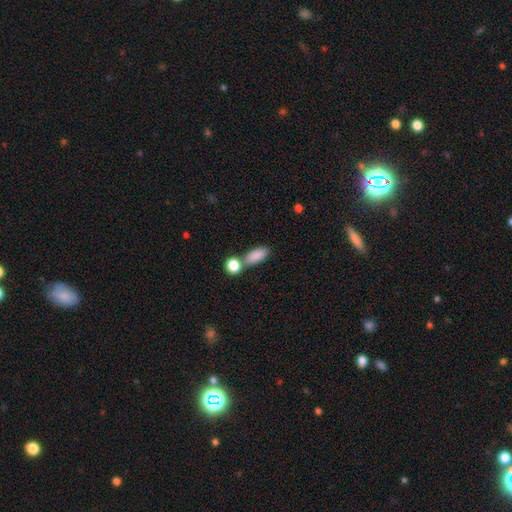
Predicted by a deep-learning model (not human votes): Q: Smooth or featured?
A: smooth (87%); runner-up: star or artifact (7%)
Q: How rounded?
A: in between (80%); runner-up: cigar-shaped (13%)
Q: Merging?
A: none (57%); runner-up: merger (27%)